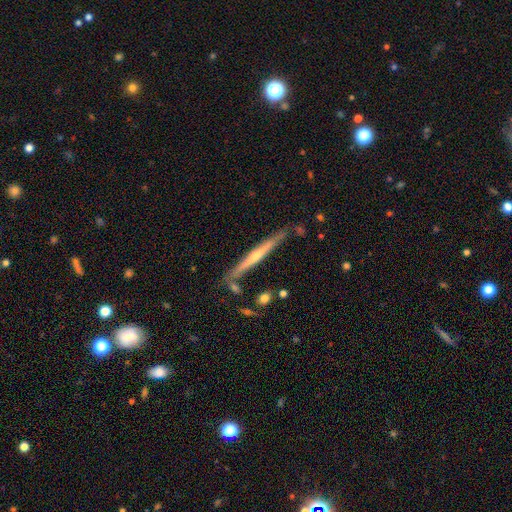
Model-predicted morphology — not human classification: featured or disk 75%, smooth 19%, star or artifact 7%. Down the decision tree: edge-on disk — yes (97%); edge-on bulge — rounded (70%); merging — none (78%).